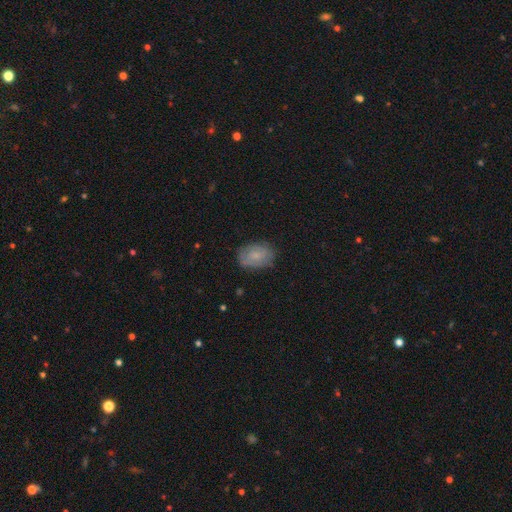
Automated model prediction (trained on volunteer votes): Smooth or featured? smooth (69%)
How rounded? in between (80%)
Merging? none (77%)